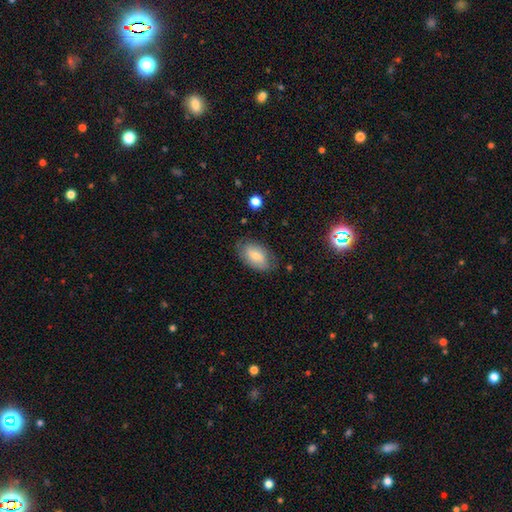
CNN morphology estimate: Smooth or featured?
  - smooth: 73% *
  - featured or disk: 20%
  - star or artifact: 7%
How rounded?
  - in between: 92% *
  - round: 6%
  - cigar-shaped: 2%
Merging?
  - none: 74% *
  - minor disturbance: 19%
  - major disturbance: 5%
  - merger: 1%